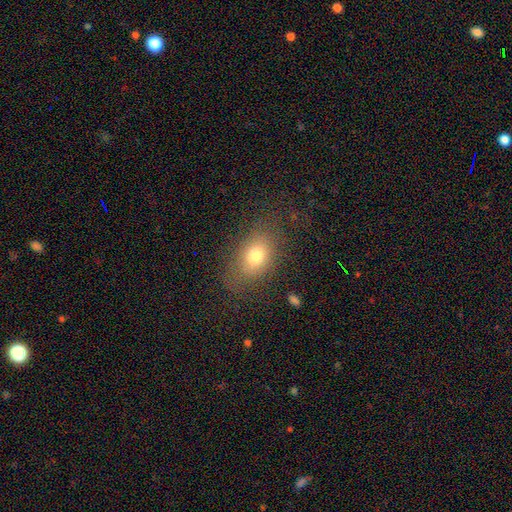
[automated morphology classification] Smooth or featured?
  - smooth: 75% *
  - featured or disk: 14%
  - star or artifact: 11%
How rounded?
  - in between: 79% *
  - round: 18%
  - cigar-shaped: 2%
Merging?
  - none: 76% *
  - minor disturbance: 16%
  - major disturbance: 7%
  - merger: 1%